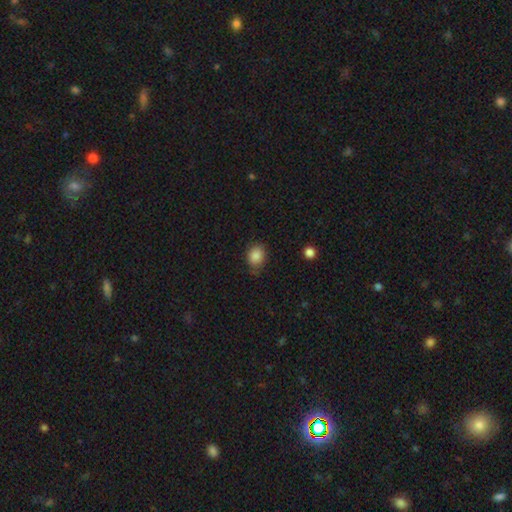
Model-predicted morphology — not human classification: This is clearly a smooth galaxy (86%). How rounded: possibly round (53%). Merging: likely none (71%).